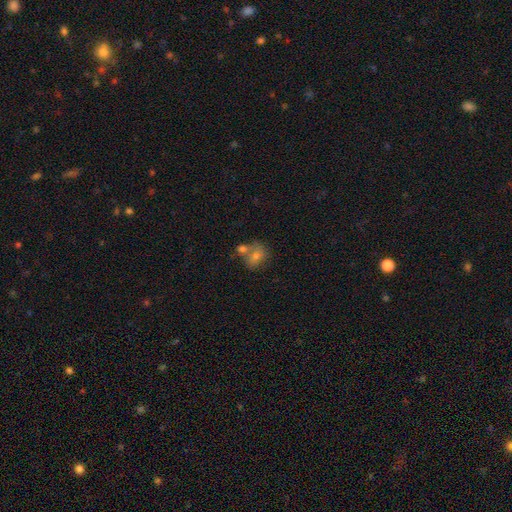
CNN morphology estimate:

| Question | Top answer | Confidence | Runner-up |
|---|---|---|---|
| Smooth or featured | smooth | 64% | featured or disk (22%) |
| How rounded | round | 62% | in between (37%) |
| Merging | none | 42% | merger (39%) |